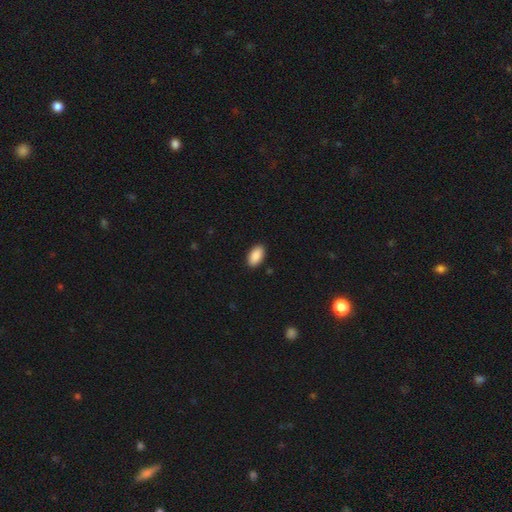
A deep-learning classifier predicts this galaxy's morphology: Smooth or featured? smooth (90%)
How rounded? in between (94%)
Merging? none (90%)